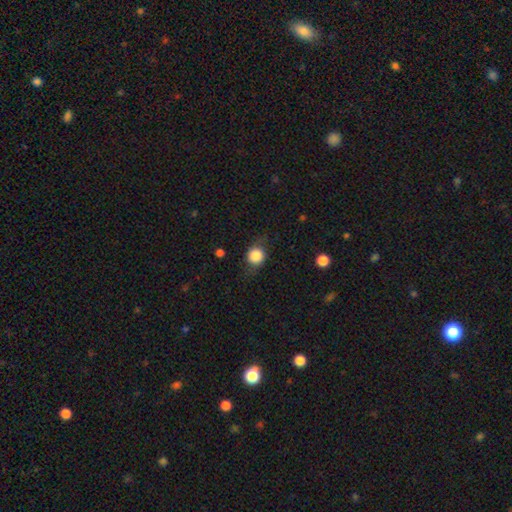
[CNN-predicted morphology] smooth-or-featured: smooth: 81% | featured or disk: 10% | star or artifact: 9%
  how-rounded: round: 84% | in between: 14% | cigar-shaped: 1%
  merging: none: 73% | minor disturbance: 18% | major disturbance: 7% | merger: 1%